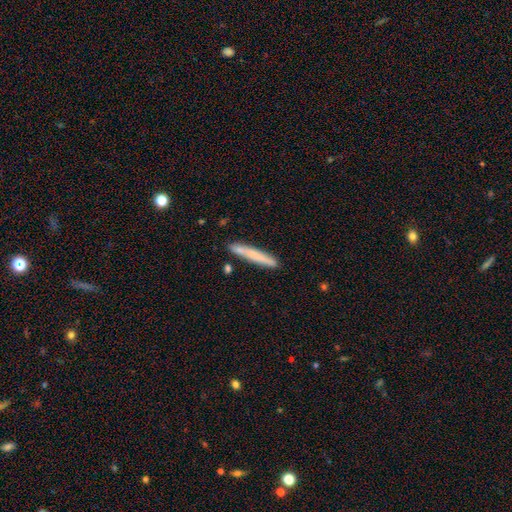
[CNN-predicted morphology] smooth_or_featured: smooth (p=0.69) [alt: featured or disk p=0.25]
how_rounded: cigar-shaped (p=0.95) [alt: in between p=0.03]
merging: none (p=0.84) [alt: minor disturbance p=0.10]